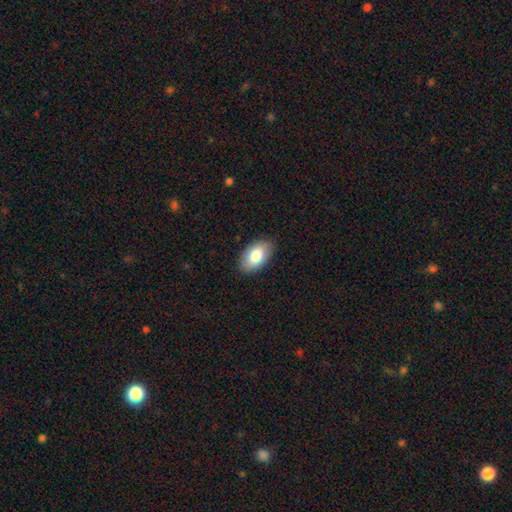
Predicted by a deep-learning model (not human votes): A smooth galaxy with no disk features (81%) that is in between round and cigar-shaped (94%).

Vote fractions:
- Smooth or featured? smooth: 81% / featured or disk: 13% / star or artifact: 7%
- How rounded? in between: 94% / round: 5% / cigar-shaped: 1%
- Merging? none: 87% / minor disturbance: 10% / major disturbance: 2% / merger: 1%